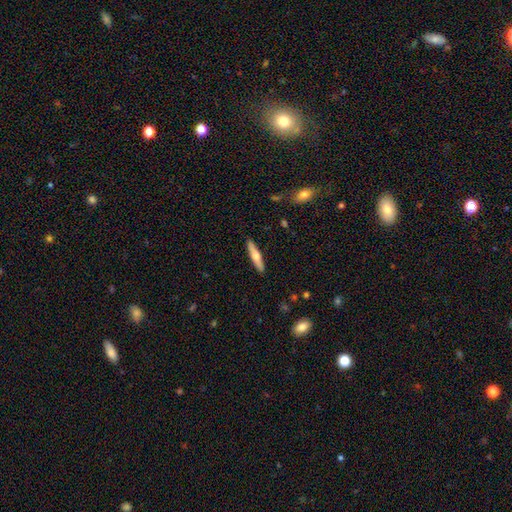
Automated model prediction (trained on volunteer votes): Morphology: type=smooth (49%); merging=none (90%).